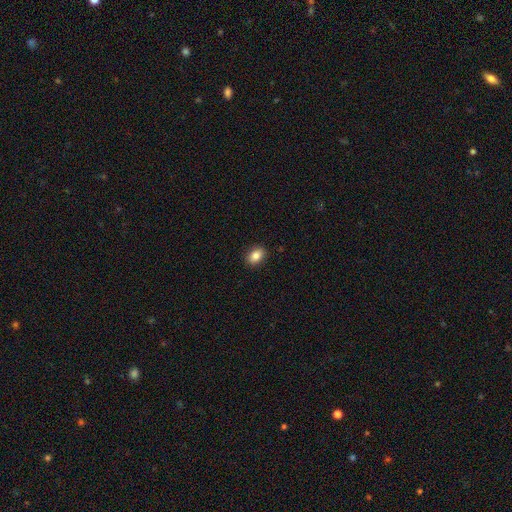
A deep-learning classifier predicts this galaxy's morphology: The model was most divided on "how rounded": in between: 74%, round: 24%, cigar-shaped: 1%. More confident: merging — none (90%); smooth or featured — smooth (86%).